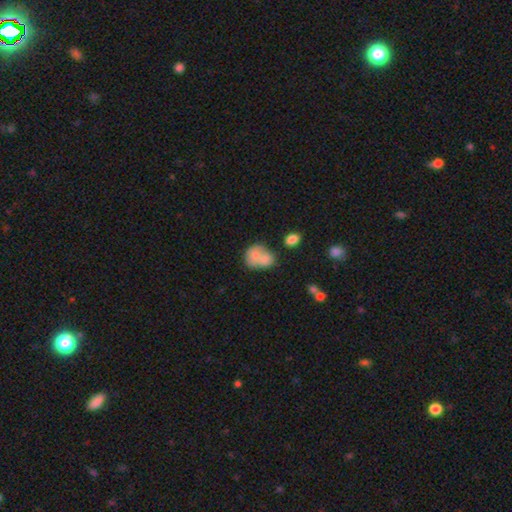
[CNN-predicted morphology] This is likely a smooth galaxy (72%). How rounded: possibly round (50%). Merging: possibly merger (51%).